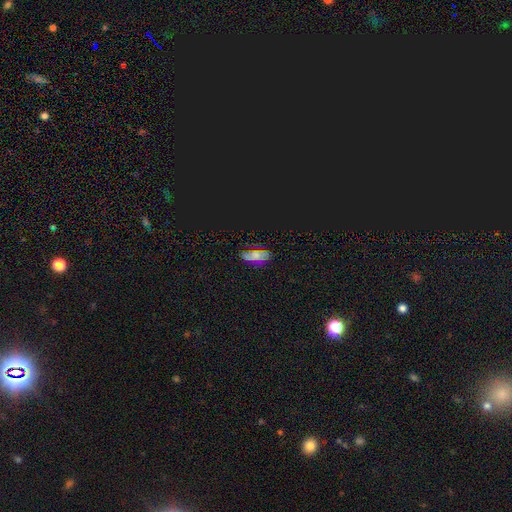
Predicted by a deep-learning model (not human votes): Smooth or featured? smooth (48%)
Merging? none (75%)